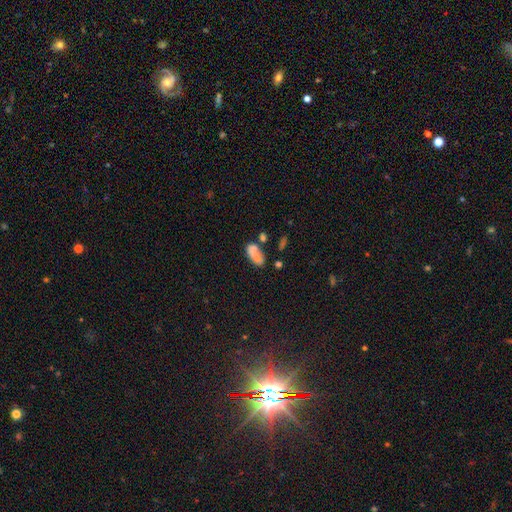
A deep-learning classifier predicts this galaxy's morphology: smooth_or_featured: smooth (p=0.75) [alt: featured or disk p=0.14]
how_rounded: in between (p=0.89) [alt: cigar-shaped p=0.07]
merging: none (p=0.47) [alt: minor disturbance p=0.24]